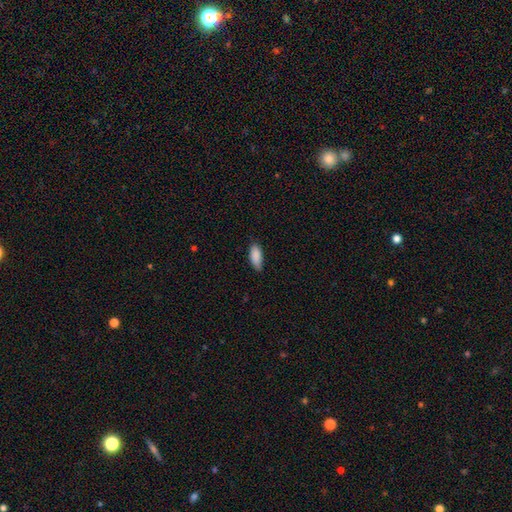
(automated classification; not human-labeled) A smooth galaxy with no disk features (89%) that is in between round and cigar-shaped (83%).

Vote fractions:
- Smooth or featured? smooth: 89% / star or artifact: 6% / featured or disk: 5%
- How rounded? in between: 83% / cigar-shaped: 16% / round: 2%
- Merging? none: 73% / minor disturbance: 23% / major disturbance: 3% / merger: 1%